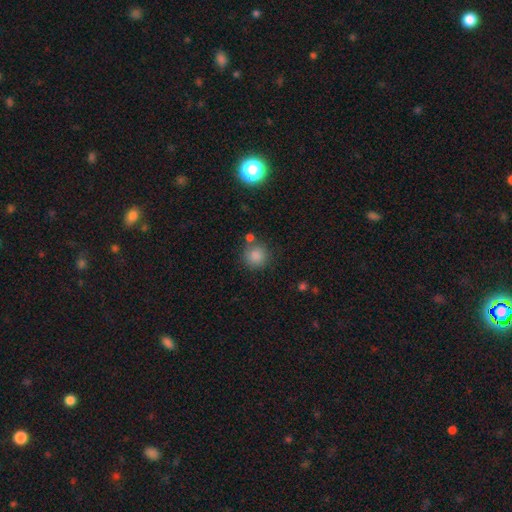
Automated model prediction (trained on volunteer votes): Smooth or featured? Predicted: smooth (p=0.84). How rounded? Predicted: round (p=0.92). Merging? Predicted: none (p=0.75).